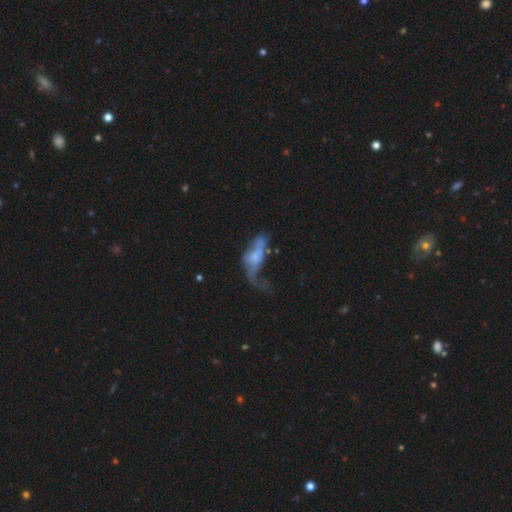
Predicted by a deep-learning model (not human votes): Smooth or featured? featured or disk (56%)
Edge-on disk? no (87%)
Merging? major disturbance (52%)